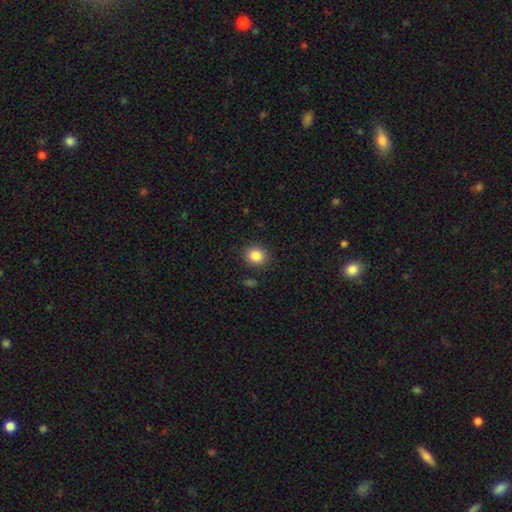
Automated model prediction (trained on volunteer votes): smooth 85%, star or artifact 10%, featured or disk 5%. Down the decision tree: how rounded — round (70%); merging — none (87%).